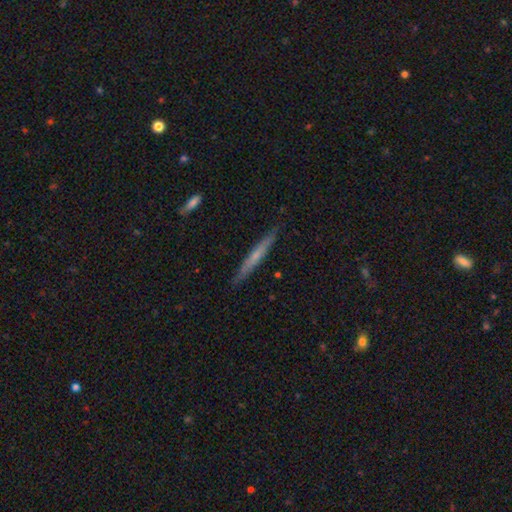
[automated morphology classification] A featured or disk galaxy (49%).

Vote fractions:
- Smooth or featured? featured or disk: 49% / smooth: 46% / star or artifact: 6%
- Merging? none: 90% / minor disturbance: 8% / major disturbance: 1% / merger: 1%